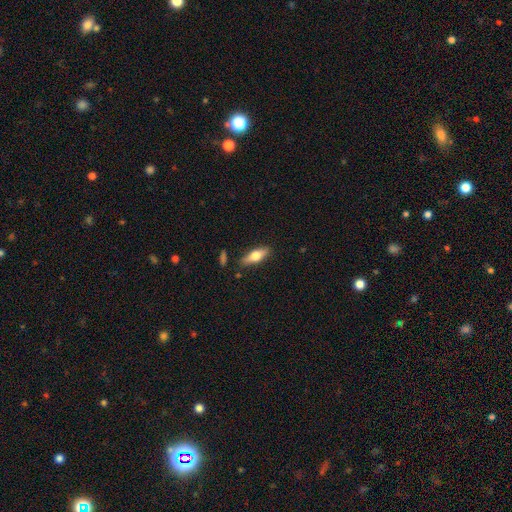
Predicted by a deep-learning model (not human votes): A smooth galaxy with no disk features (58%) that is in between round and cigar-shaped (58%).

Vote fractions:
- Smooth or featured? smooth: 58% / featured or disk: 35% / star or artifact: 6%
- How rounded? in between: 58% / cigar-shaped: 39% / round: 3%
- Merging? none: 83% / minor disturbance: 12% / merger: 3% / major disturbance: 3%